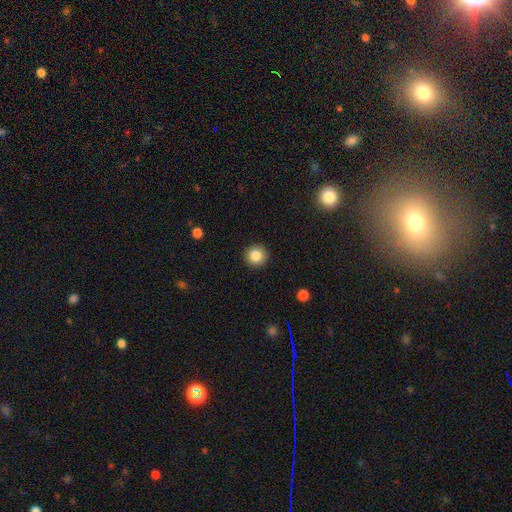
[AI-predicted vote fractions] Q: Smooth or featured?
A: smooth (85%); runner-up: star or artifact (10%)
Q: How rounded?
A: round (95%); runner-up: in between (4%)
Q: Merging?
A: none (92%); runner-up: minor disturbance (5%)